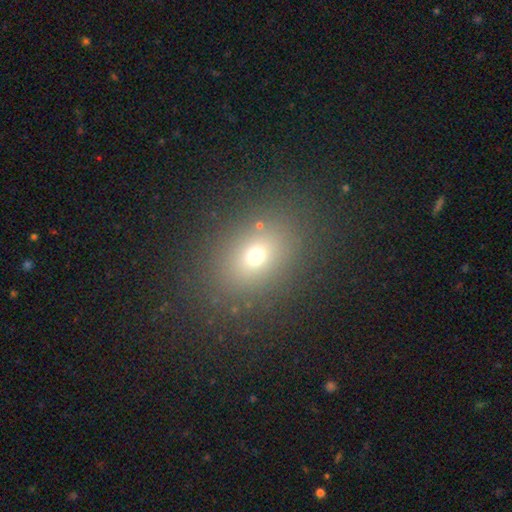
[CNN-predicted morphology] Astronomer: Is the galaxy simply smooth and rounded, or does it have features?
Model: smooth — 67%.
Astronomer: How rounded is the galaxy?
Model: in between — 61% (runner-up: round, 38%).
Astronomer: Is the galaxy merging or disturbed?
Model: none — 84%.